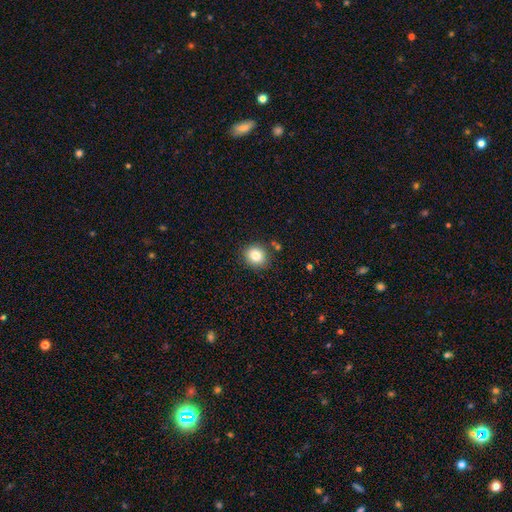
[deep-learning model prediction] Smooth or featured? smooth (83%)
How rounded? round (78%)
Merging? none (84%)